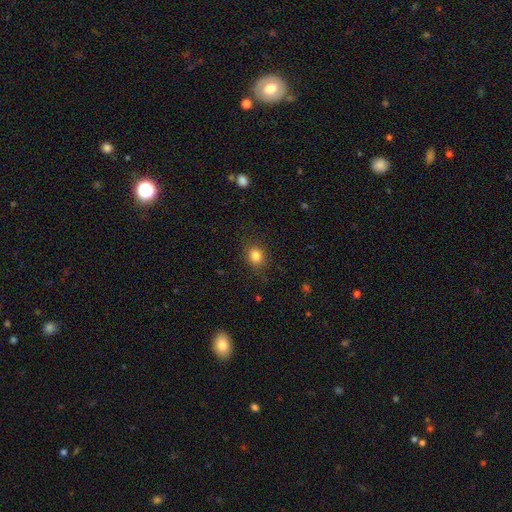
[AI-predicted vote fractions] Overall: smooth (84%). How rounded: round (65%; in between 34%). Merging: none (84%).